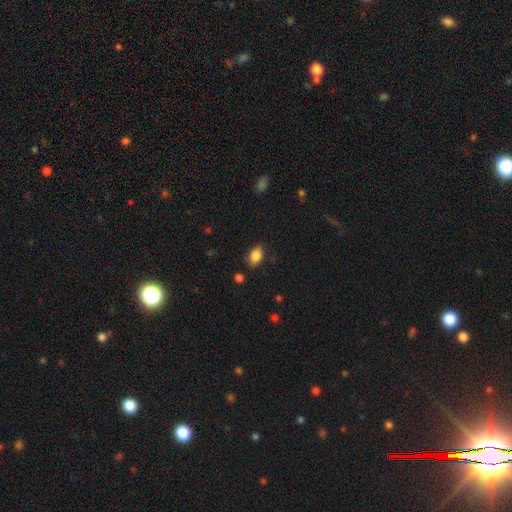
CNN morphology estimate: smooth-or-featured: smooth: 84% | star or artifact: 8% | featured or disk: 8%
  how-rounded: in between: 87% | round: 10% | cigar-shaped: 3%
  merging: none: 79% | minor disturbance: 16% | major disturbance: 3% | merger: 2%